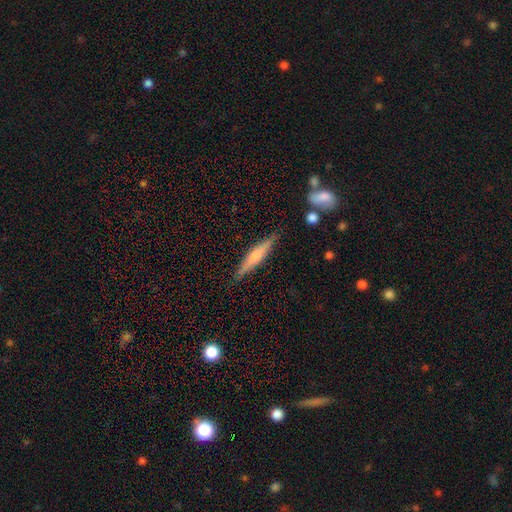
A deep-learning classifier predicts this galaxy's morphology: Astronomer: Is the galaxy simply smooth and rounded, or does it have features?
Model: featured or disk — 50% (runner-up: smooth, 43%).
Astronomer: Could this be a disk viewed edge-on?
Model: yes — 95%.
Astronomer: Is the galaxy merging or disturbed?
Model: none — 85%.